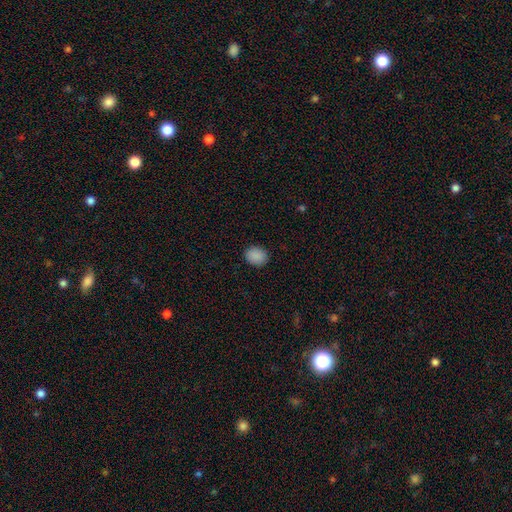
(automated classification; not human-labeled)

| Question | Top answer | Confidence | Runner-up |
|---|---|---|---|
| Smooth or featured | smooth | 89% | star or artifact (8%) |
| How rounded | in between | 50% | round (49%) |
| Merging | none | 88% | minor disturbance (9%) |